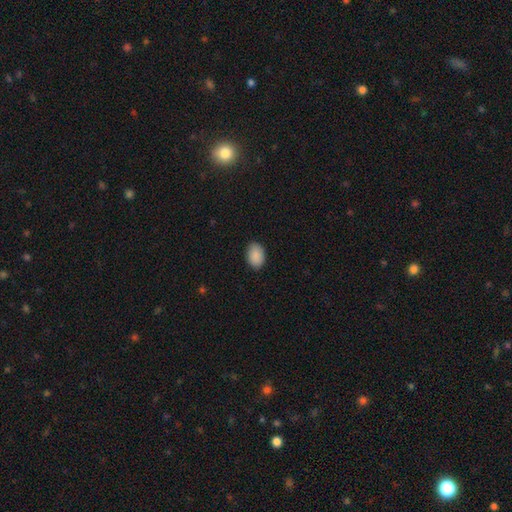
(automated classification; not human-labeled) A smooth galaxy with no disk features (90%) that is in between round and cigar-shaped (84%).

Vote fractions:
- Smooth or featured? smooth: 90% / star or artifact: 7% / featured or disk: 3%
- How rounded? in between: 84% / round: 15% / cigar-shaped: 1%
- Merging? none: 88% / minor disturbance: 9% / major disturbance: 2% / merger: 1%